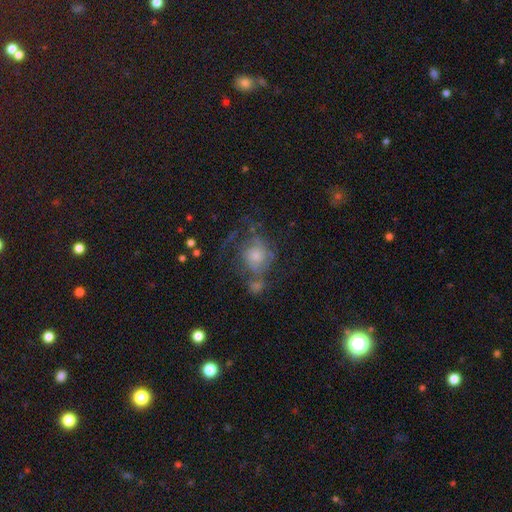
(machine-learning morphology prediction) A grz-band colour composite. It shows a featured or disk galaxy (52%) with no bar (79%), spiral arms (73%) and a moderate central bulge (48%). Merging: none (44%).